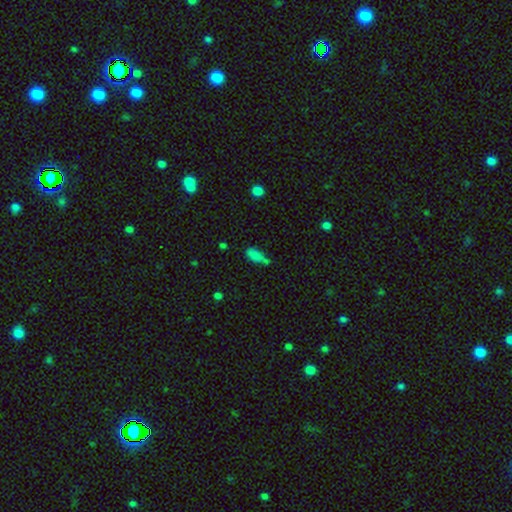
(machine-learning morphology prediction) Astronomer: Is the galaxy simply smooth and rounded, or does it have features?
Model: smooth — 78%.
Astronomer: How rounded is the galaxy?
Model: in between — 78%.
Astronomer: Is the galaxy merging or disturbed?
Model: none — 40% (runner-up: minor disturbance, 29%).